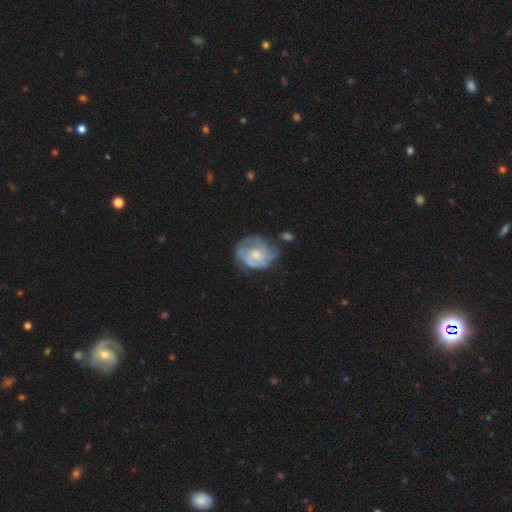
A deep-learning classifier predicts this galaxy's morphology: smooth_or_featured: featured or disk (p=0.71) [alt: smooth p=0.23]
disk_edge_on: no (p=0.98) [alt: yes p=0.02]
bar: no (p=0.69) [alt: weak p=0.27]
has_spiral_arms: yes (p=0.83) [alt: no p=0.17]
spiral_winding: tight (p=0.58) [alt: medium p=0.32]
spiral_arm_count: can't tell (p=0.36) [alt: 2 p=0.31]
bulge_size: moderate (p=0.47) [alt: small p=0.42]
merging: none (p=0.54) [alt: minor disturbance p=0.28]